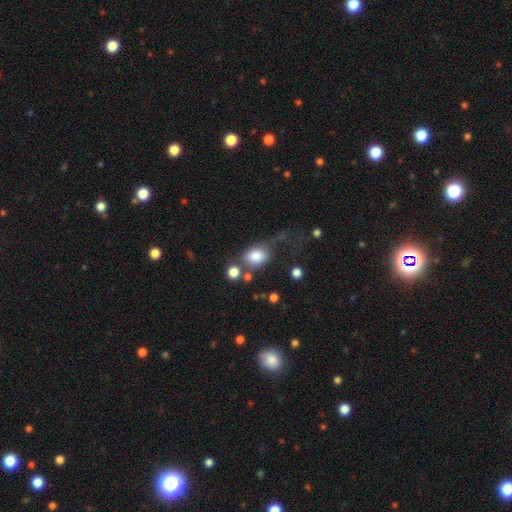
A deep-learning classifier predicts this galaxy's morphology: A smooth galaxy with no disk features (77%) that is in between round and cigar-shaped (51%).

Vote fractions:
- Smooth or featured? smooth: 77% / featured or disk: 13% / star or artifact: 10%
- How rounded? in between: 51% / round: 48% / cigar-shaped: 1%
- Merging? none: 34% / major disturbance: 29% / minor disturbance: 19% / merger: 18%